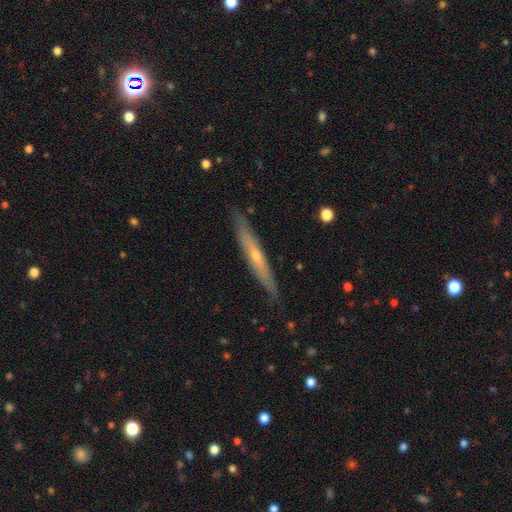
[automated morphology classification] featured or disk 61%, smooth 33%, star or artifact 6%. Down the decision tree: edge-on disk — yes (89%); edge-on bulge — rounded (64%); merging — none (86%).